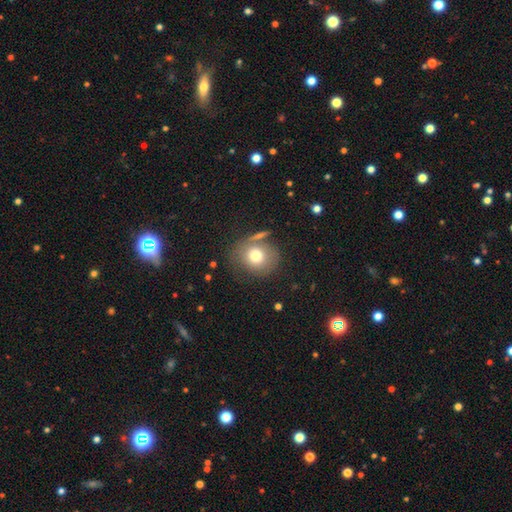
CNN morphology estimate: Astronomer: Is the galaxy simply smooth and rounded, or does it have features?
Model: smooth — 74%.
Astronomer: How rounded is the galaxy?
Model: round — 78%.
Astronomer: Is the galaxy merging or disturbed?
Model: none — 66%.